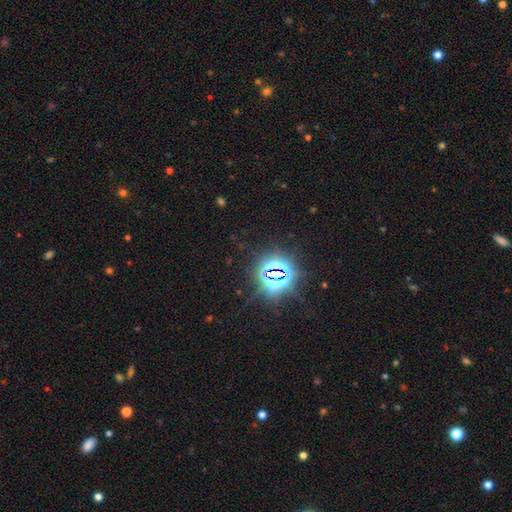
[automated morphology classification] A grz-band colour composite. It shows a star or artifact, not a galaxy (85%).